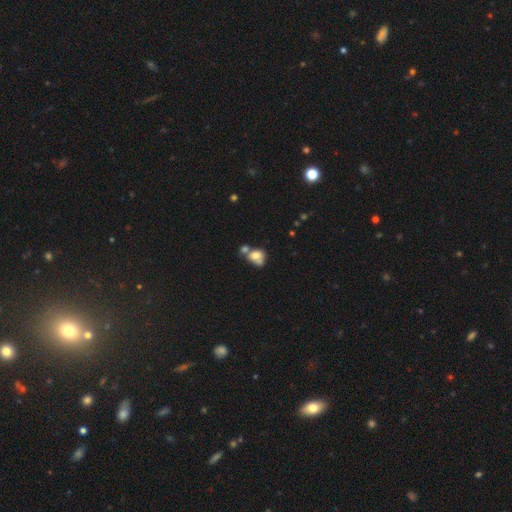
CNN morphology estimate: A smooth galaxy with no disk features (70%) that is in between round and cigar-shaped (56%). Merging: merger (51%).